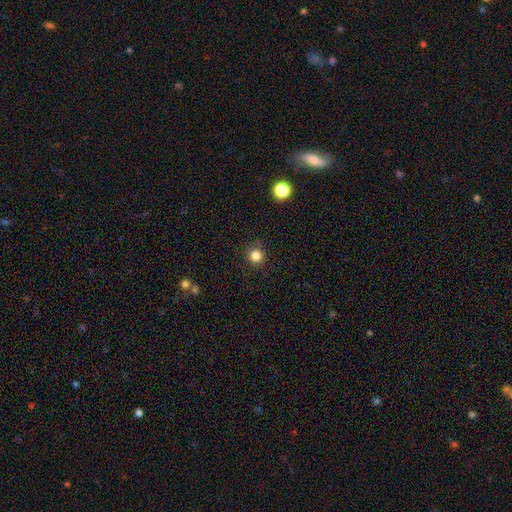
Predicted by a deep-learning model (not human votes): This is clearly a smooth galaxy (83%). How rounded: clearly round (94%). Merging: clearly none (87%).